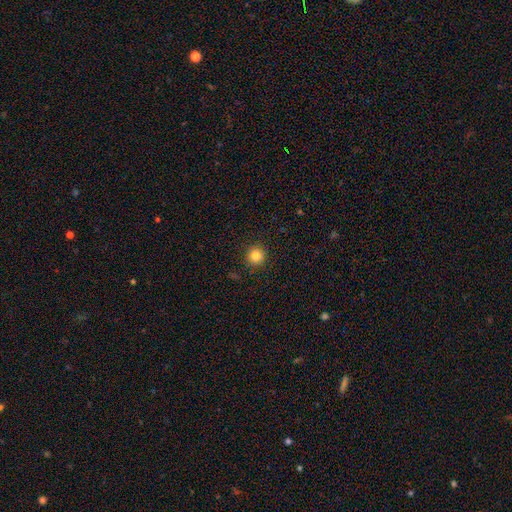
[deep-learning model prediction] Smooth or featured? Predicted: smooth (p=0.84). How rounded? Predicted: round (p=0.94). Merging? Predicted: none (p=0.91).